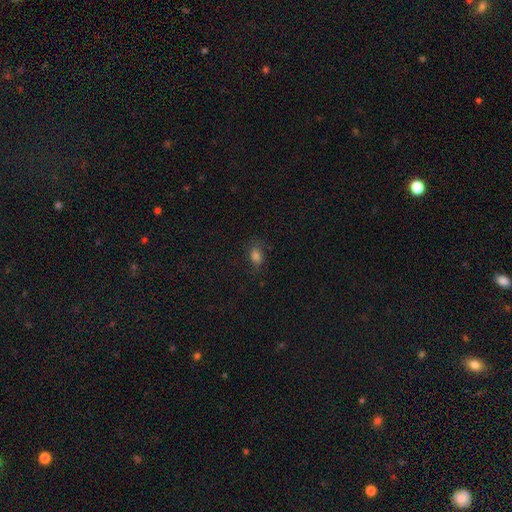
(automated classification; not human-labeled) Smooth or featured: smooth — 73% (star or artifact — 19%)
How rounded: in between — 79% (round — 16%)
Merging: none — 71% (minor disturbance — 19%)